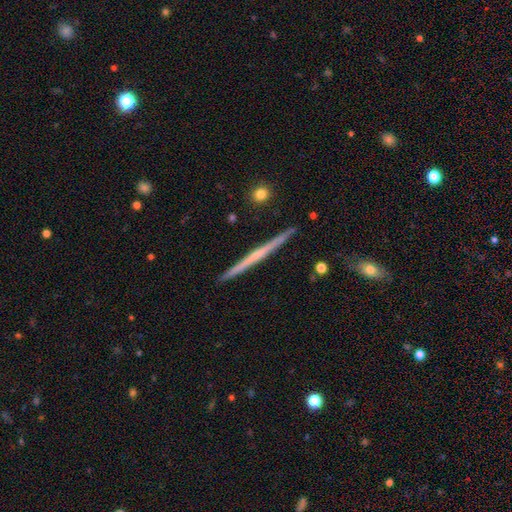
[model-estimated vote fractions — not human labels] Smooth or featured? featured or disk (68%)
Edge-on disk? yes (98%)
Edge-on bulge? none (68%)
Merging? none (92%)